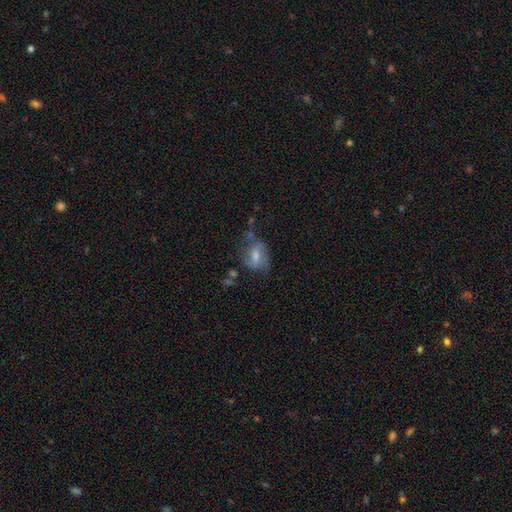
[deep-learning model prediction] Overall: featured or disk (52%; smooth 36%). Edge-on disk: no (94%). Merging: none (49%; minor disturbance 25%).